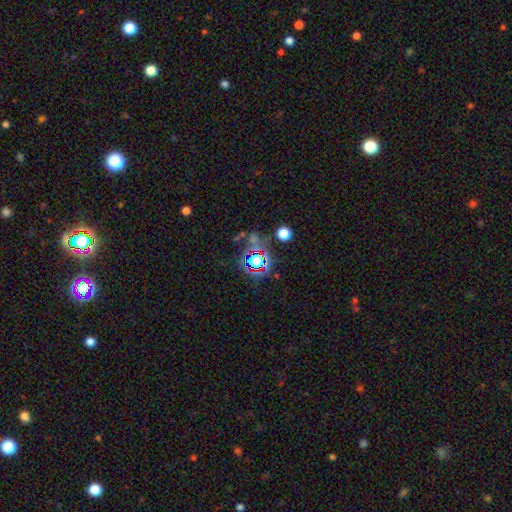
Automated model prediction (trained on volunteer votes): smooth_or_featured: star or artifact (p=0.73) [alt: smooth p=0.15]